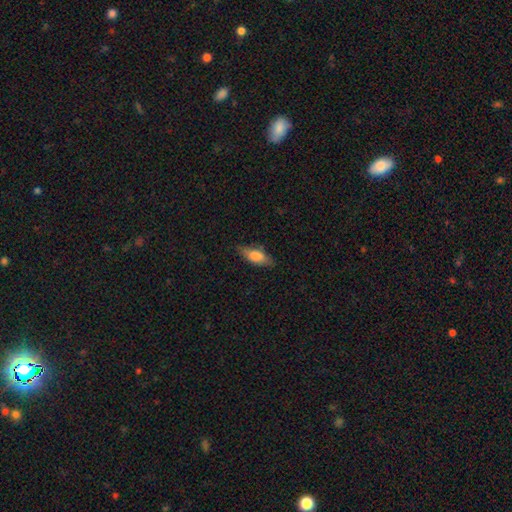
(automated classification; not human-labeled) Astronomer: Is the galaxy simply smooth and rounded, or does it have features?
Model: smooth — 75%.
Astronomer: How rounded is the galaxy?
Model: in between — 74%.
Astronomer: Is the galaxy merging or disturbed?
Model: none — 77%.